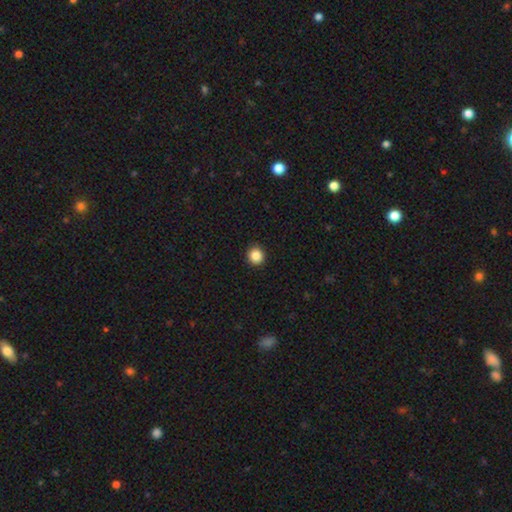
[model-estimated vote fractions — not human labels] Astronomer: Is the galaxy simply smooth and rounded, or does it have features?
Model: smooth — 86%.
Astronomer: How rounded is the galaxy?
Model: round — 94%.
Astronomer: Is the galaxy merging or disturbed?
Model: none — 93%.